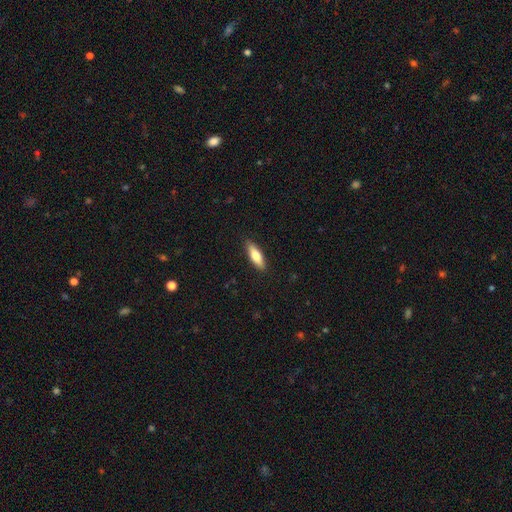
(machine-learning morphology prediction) smooth 72%, featured or disk 22%, star or artifact 6%. Down the decision tree: how rounded — cigar-shaped (51%); merging — none (88%).